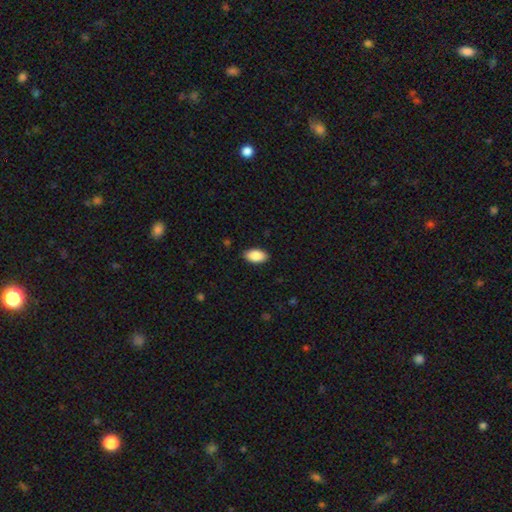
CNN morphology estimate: Smooth or featured? Predicted: smooth (p=0.89). How rounded? Predicted: in between (p=0.94). Merging? Predicted: none (p=0.88).